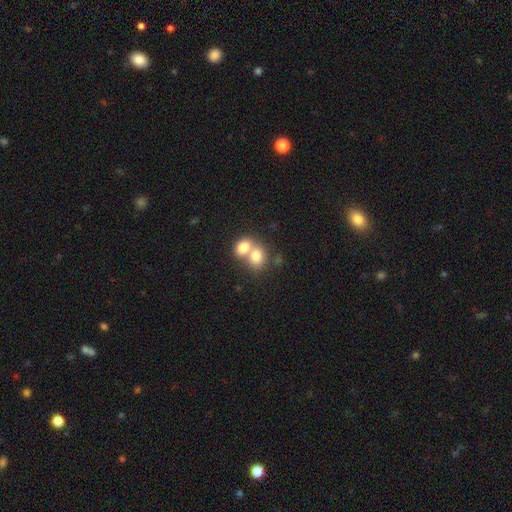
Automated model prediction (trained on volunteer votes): Smooth or featured? Predicted: smooth (p=0.77). How rounded? Predicted: round (p=0.50). Merging? Predicted: merger (p=0.67).